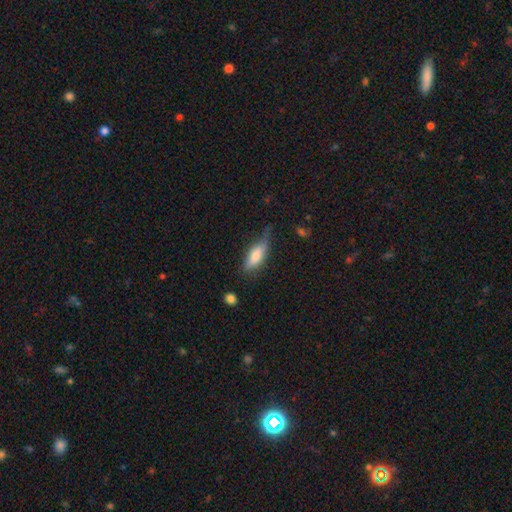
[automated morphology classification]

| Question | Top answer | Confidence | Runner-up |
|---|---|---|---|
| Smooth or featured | smooth | 63% | featured or disk (30%) |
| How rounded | in between | 59% | cigar-shaped (38%) |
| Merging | none | 53% | minor disturbance (33%) |